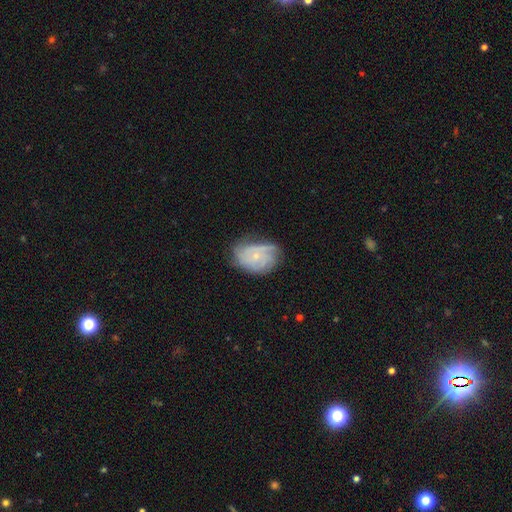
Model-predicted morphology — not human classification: This is likely a featured or disk galaxy (70%). It is clearly not viewed edge-on (97%). Bar: likely no (79%). Spiral arm pattern: clearly yes (90%). Spiral arm count: marginally can't tell (35%). Spiral winding: possibly tight (58%). Central bulge: likely small (77%). Merging: possibly none (57%).